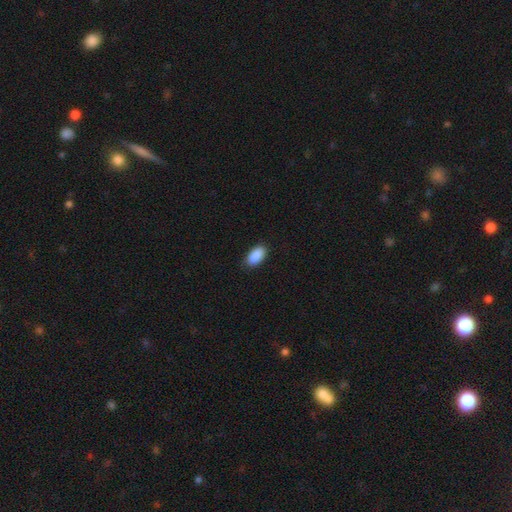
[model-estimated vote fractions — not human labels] smooth-or-featured: smooth: 91% | star or artifact: 7% | featured or disk: 3%
  how-rounded: in between: 94% | cigar-shaped: 3% | round: 3%
  merging: none: 85% | minor disturbance: 12% | major disturbance: 2% | merger: 1%